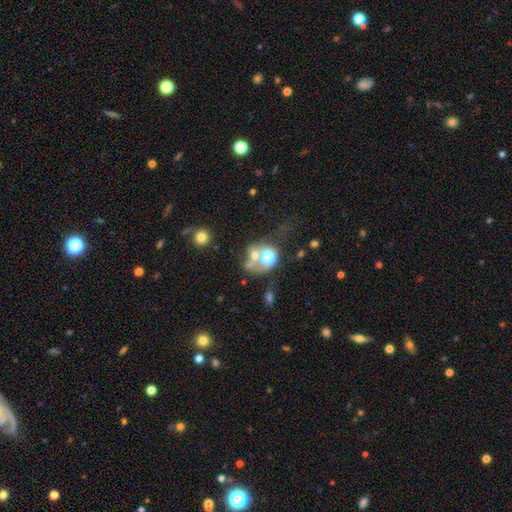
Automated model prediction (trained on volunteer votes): Smooth or featured: smooth — 52% (featured or disk — 26%)
How rounded: round — 63% (in between — 35%)
Merging: merger — 48% (none — 25%)